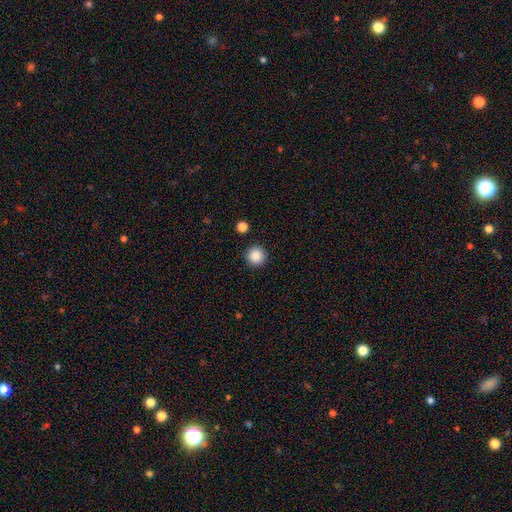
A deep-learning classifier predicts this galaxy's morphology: Q: Smooth or featured?
A: smooth (88%); runner-up: star or artifact (9%)
Q: How rounded?
A: round (96%); runner-up: in between (3%)
Q: Merging?
A: none (92%); runner-up: minor disturbance (5%)